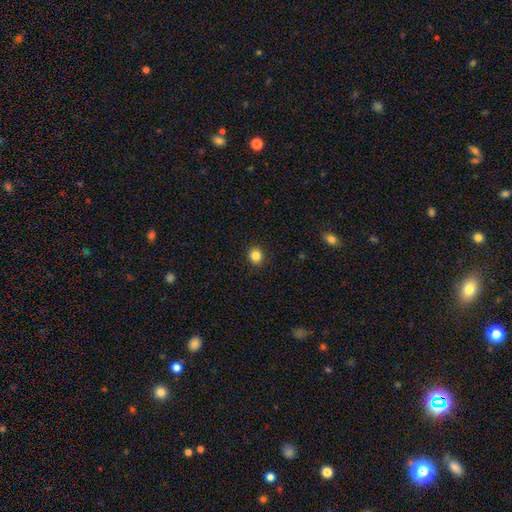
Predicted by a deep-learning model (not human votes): A smooth galaxy with no disk features (85%) that is round (87%).

Vote fractions:
- Smooth or featured? smooth: 85% / star or artifact: 11% / featured or disk: 4%
- How rounded? round: 87% / in between: 12% / cigar-shaped: 1%
- Merging? none: 91% / minor disturbance: 6% / major disturbance: 2% / merger: 1%